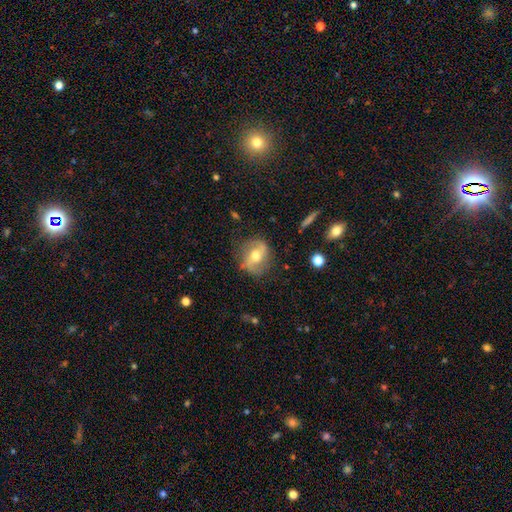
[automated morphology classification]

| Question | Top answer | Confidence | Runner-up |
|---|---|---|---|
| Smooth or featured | featured or disk | 61% | smooth (31%) |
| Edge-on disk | no | 93% | yes (7%) |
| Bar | weak | 40% | no (31%) |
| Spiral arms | yes | 75% | no (25%) |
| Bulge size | moderate | 73% | small (15%) |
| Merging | none | 76% | minor disturbance (16%) |